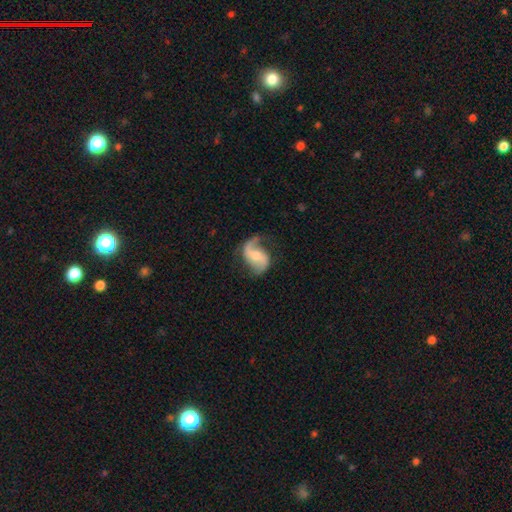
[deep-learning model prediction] Smooth or featured: featured or disk — 81% (smooth — 13%)
Edge-on disk: no — 97% (yes — 3%)
Bar: weak — 42% (no — 40%)
Spiral arms: yes — 95% (no — 5%)
Spiral winding: loose — 58% (medium — 34%)
Spiral arm count: 2 — 81% (1 — 13%)
Bulge size: moderate — 51% (small — 40%)
Merging: none — 64% (minor disturbance — 21%)